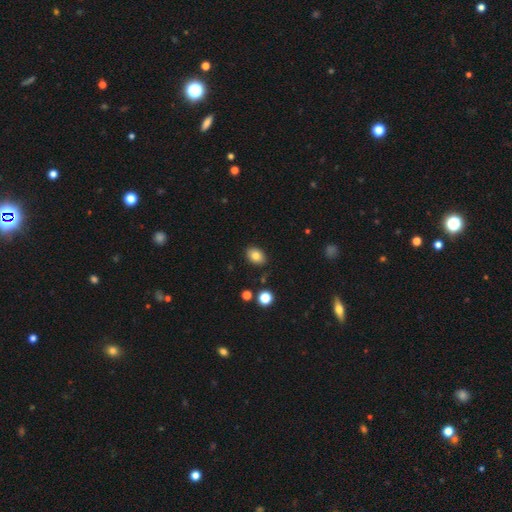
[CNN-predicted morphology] Smooth or featured?
  - smooth: 82% *
  - star or artifact: 9%
  - featured or disk: 8%
How rounded?
  - in between: 80% *
  - round: 19%
  - cigar-shaped: 1%
Merging?
  - none: 85% *
  - minor disturbance: 10%
  - major disturbance: 2%
  - merger: 2%